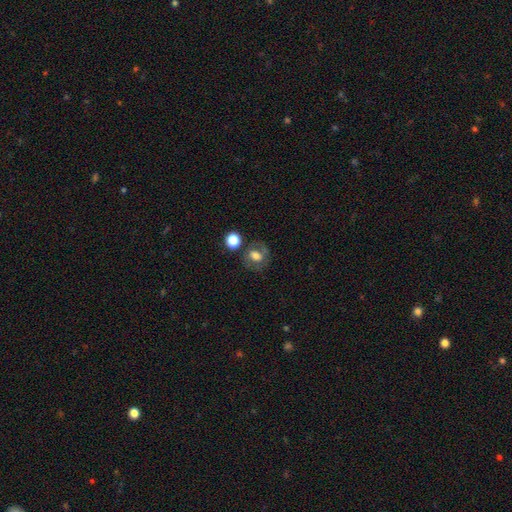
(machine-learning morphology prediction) This appears to be a smooth galaxy with no disk features (56%) that is round (58%). Merging: none (60%).